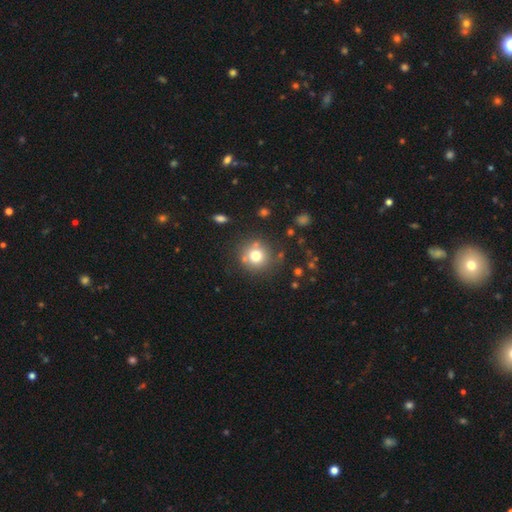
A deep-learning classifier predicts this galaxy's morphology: type=smooth (74%); roundness=round (92%); merging=none (78%).